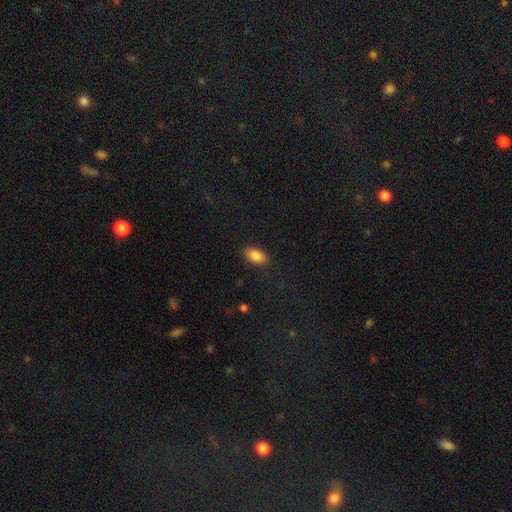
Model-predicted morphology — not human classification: smooth_or_featured: smooth (p=0.86) [alt: star or artifact p=0.08]
how_rounded: in between (p=0.92) [alt: round p=0.05]
merging: none (p=0.86) [alt: minor disturbance p=0.10]